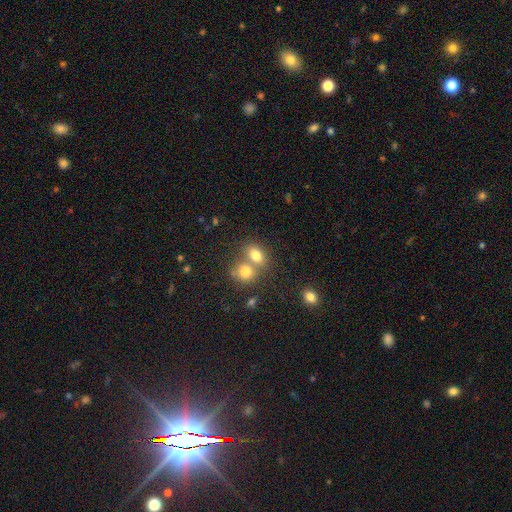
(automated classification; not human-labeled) smooth_or_featured: smooth (p=0.78) [alt: star or artifact p=0.11]
how_rounded: in between (p=0.66) [alt: round p=0.33]
merging: merger (p=0.52) [alt: none p=0.37]